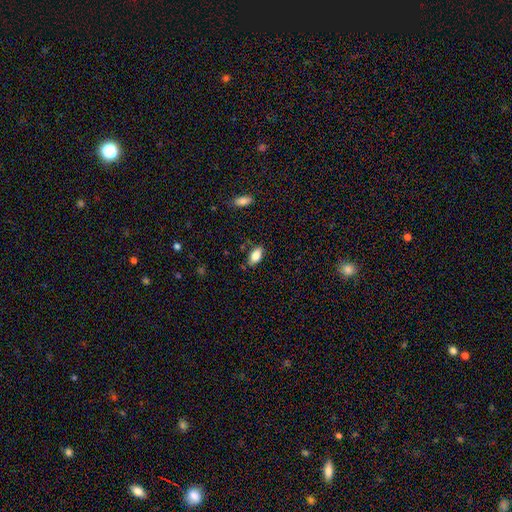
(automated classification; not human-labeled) Morphology: type=smooth (82%); roundness=in between (90%); merging=none (80%).